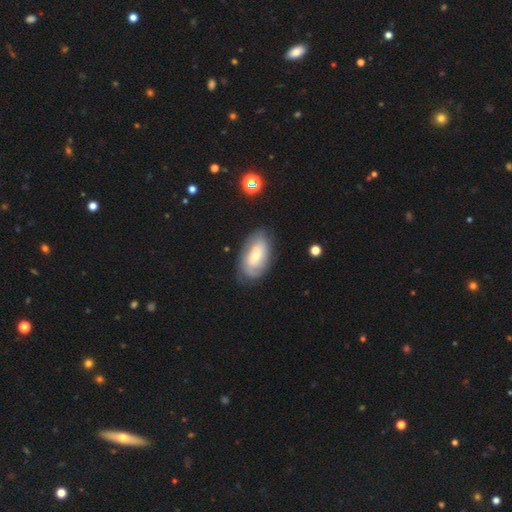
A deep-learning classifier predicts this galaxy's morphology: This appears to be a featured or disk galaxy (57%) with no bar (66%), spiral arms (71%) and a small central bulge (49%). Merging: none (71%).